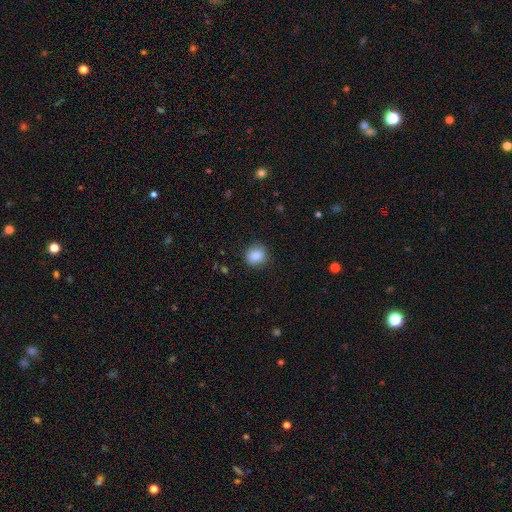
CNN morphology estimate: Smooth or featured? smooth (86%)
How rounded? round (80%)
Merging? none (84%)